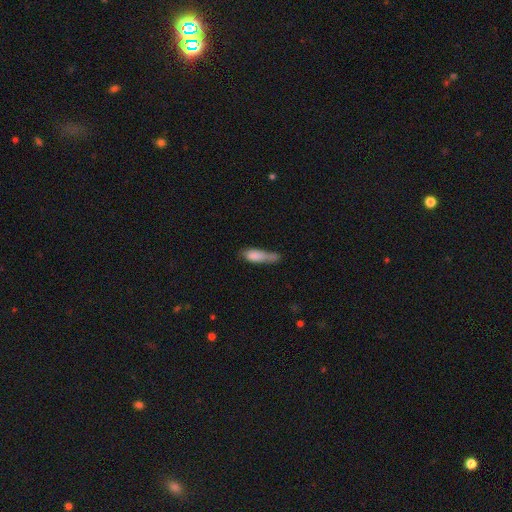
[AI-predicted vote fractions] Overall: smooth (77%). How rounded: cigar-shaped (56%; in between 41%). Merging: minor disturbance (33%, tied with none).